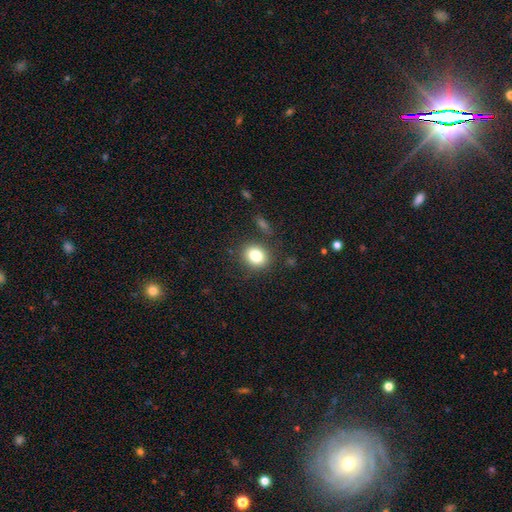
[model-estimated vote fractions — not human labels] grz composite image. It shows a smooth galaxy with no disk features (82%) that is round (61%). Merging: none (83%).